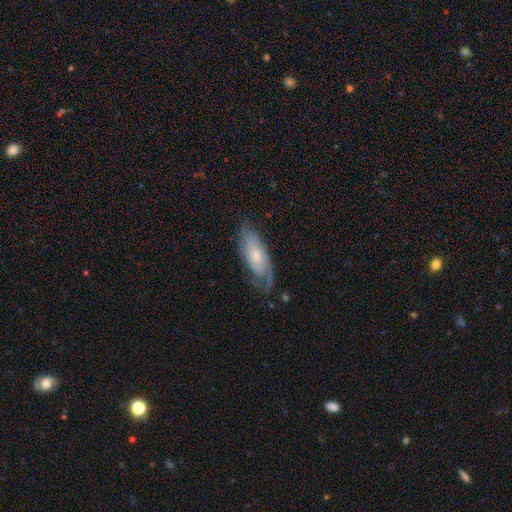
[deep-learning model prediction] smooth-or-featured: featured or disk: 59% | smooth: 34% | star or artifact: 7%
  disk-edge-on: no: 84% | yes: 16%
  merging: none: 62% | minor disturbance: 24% | major disturbance: 12% | merger: 2%